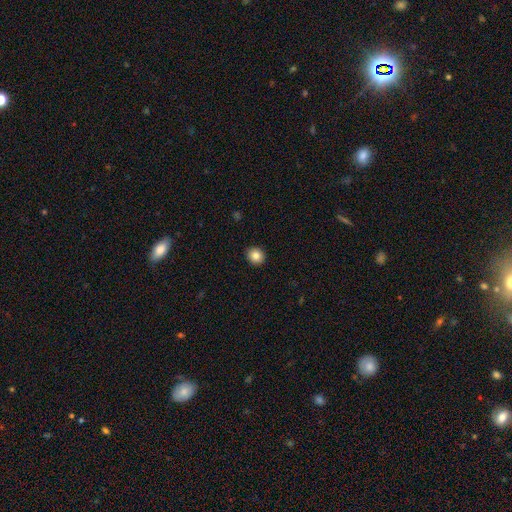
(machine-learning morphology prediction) Smooth or featured?
  - smooth: 84% *
  - star or artifact: 10%
  - featured or disk: 7%
How rounded?
  - round: 81% *
  - in between: 18%
  - cigar-shaped: 1%
Merging?
  - none: 92% *
  - minor disturbance: 6%
  - major disturbance: 2%
  - merger: 1%